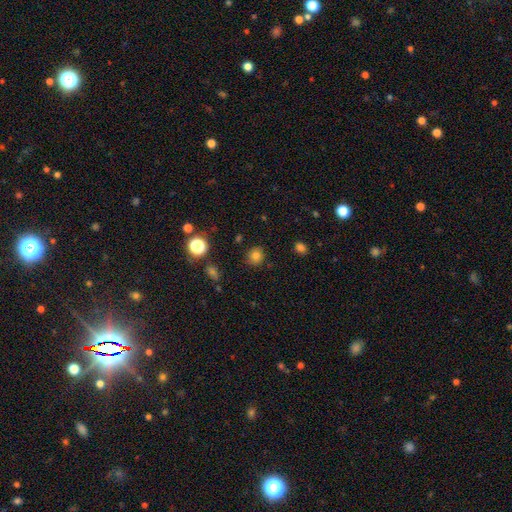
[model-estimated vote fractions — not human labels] Q: Smooth or featured?
A: smooth (78%); runner-up: star or artifact (15%)
Q: How rounded?
A: round (86%); runner-up: in between (13%)
Q: Merging?
A: none (84%); runner-up: minor disturbance (11%)